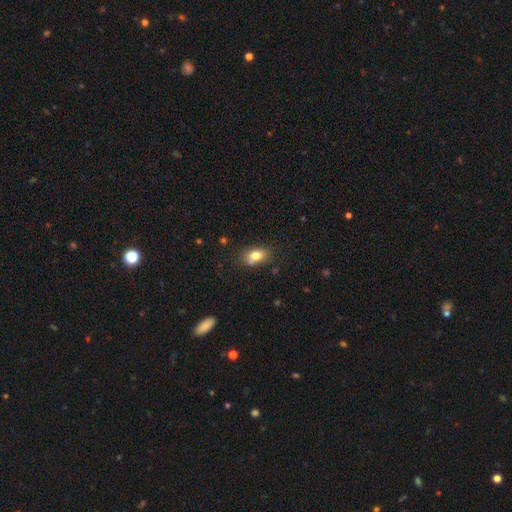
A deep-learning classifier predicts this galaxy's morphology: Smooth or featured?
  - smooth: 77% *
  - featured or disk: 13%
  - star or artifact: 10%
How rounded?
  - in between: 78% *
  - round: 19%
  - cigar-shaped: 3%
Merging?
  - none: 66% *
  - minor disturbance: 16%
  - merger: 13%
  - major disturbance: 4%